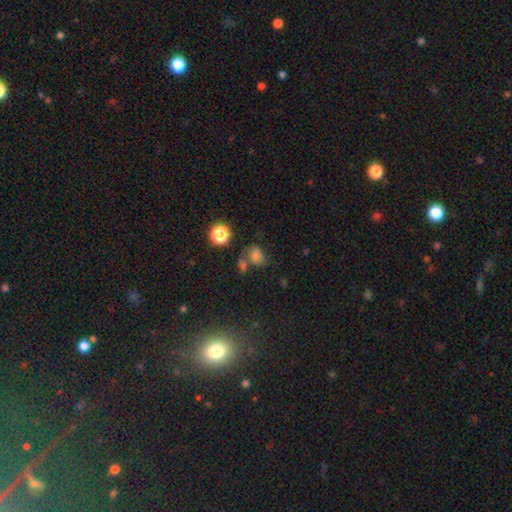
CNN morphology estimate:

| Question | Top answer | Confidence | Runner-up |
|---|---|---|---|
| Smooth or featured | smooth | 68% | star or artifact (20%) |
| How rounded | in between | 52% | round (46%) |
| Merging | none | 46% | merger (28%) |